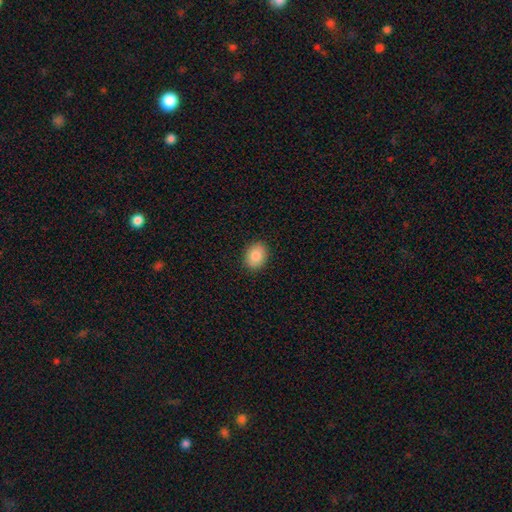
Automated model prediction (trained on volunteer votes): Smooth or featured? Predicted: smooth (p=0.87). How rounded? Predicted: in between (p=0.62). Merging? Predicted: none (p=0.90).